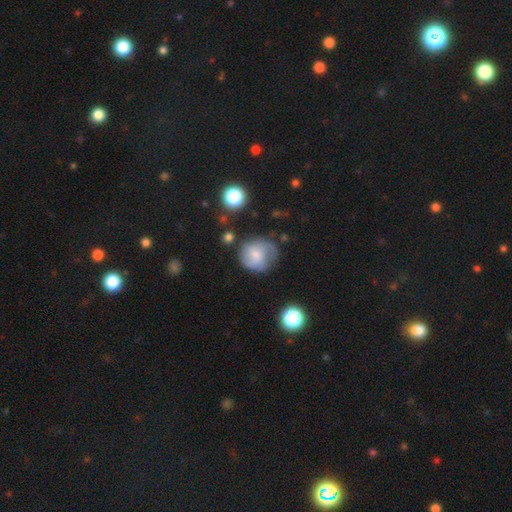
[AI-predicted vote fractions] Q: Smooth or featured?
A: smooth (60%); runner-up: featured or disk (31%)
Q: How rounded?
A: round (80%); runner-up: in between (19%)
Q: Merging?
A: none (52%); runner-up: minor disturbance (29%)